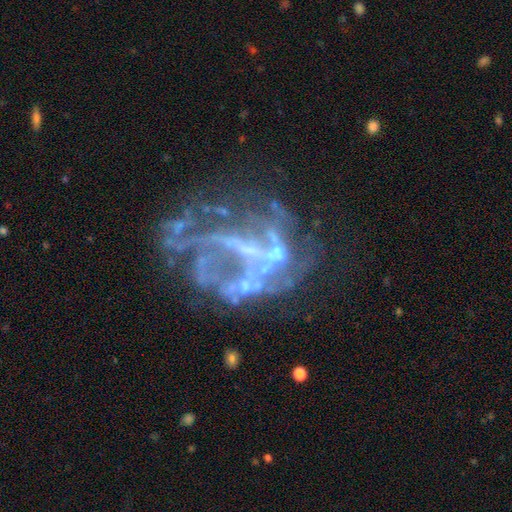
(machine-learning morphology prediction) A featured or disk galaxy (76%) with no bar (60%), no spiral arms (62%) and no central bulge (61%).

Vote fractions:
- Smooth or featured? featured or disk: 76% / star or artifact: 15% / smooth: 8%
- Edge-on disk? no: 98% / yes: 2%
- Bar? no: 60% / weak: 24% / strong: 16%
- Spiral arms? no: 62% / yes: 38%
- Bulge size? none: 61% / small: 24% / moderate: 13% / large: 2% / dominant: 1%
- Merging? major disturbance: 38% / none: 36% / minor disturbance: 15% / merger: 11%